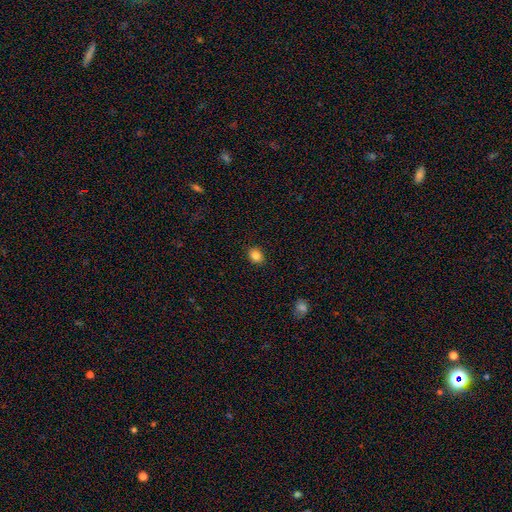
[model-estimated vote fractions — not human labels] Q: Smooth or featured?
A: smooth (85%); runner-up: star or artifact (10%)
Q: How rounded?
A: round (51%); runner-up: in between (48%)
Q: Merging?
A: none (90%); runner-up: minor disturbance (7%)